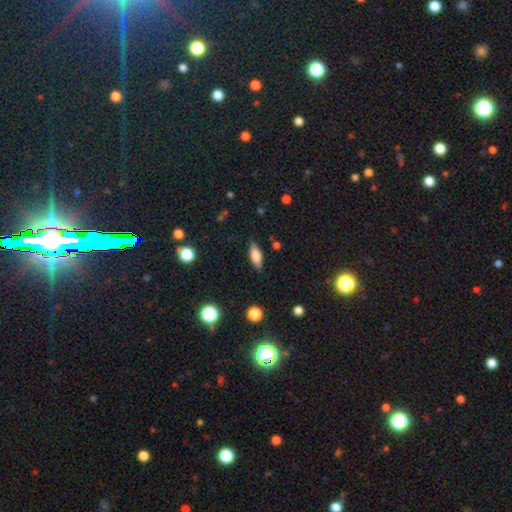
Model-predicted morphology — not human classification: smooth 70%, featured or disk 22%, star or artifact 8%. Down the decision tree: how rounded — in between (65%); merging — none (84%).